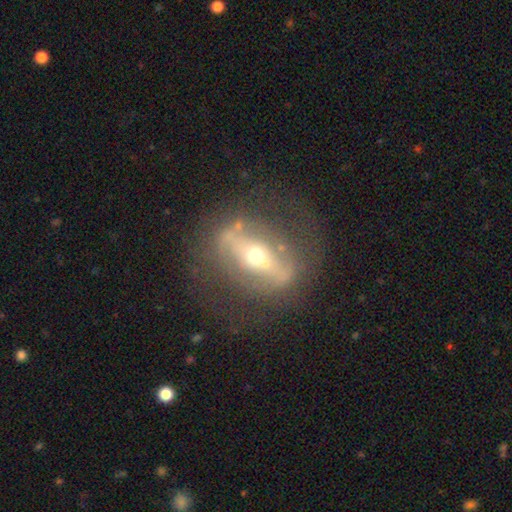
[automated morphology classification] A featured or disk galaxy (73%) with a strong bar (59%), no spiral arms (69%) and a moderate central bulge (60%).

Vote fractions:
- Smooth or featured? featured or disk: 73% / smooth: 19% / star or artifact: 8%
- Edge-on disk? no: 78% / yes: 22%
- Bar? strong: 59% / no: 24% / weak: 18%
- Spiral arms? no: 69% / yes: 31%
- Bulge size? moderate: 60% / small: 32% / large: 6% / dominant: 1% / none: 1%
- Merging? none: 65% / minor disturbance: 16% / major disturbance: 15% / merger: 4%